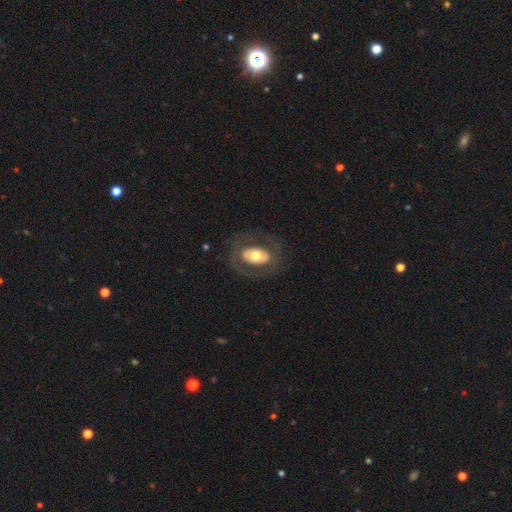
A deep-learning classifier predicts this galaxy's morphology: smooth_or_featured: featured or disk (p=0.48) [alt: smooth p=0.45]
merging: none (p=0.74) [alt: minor disturbance p=0.13]